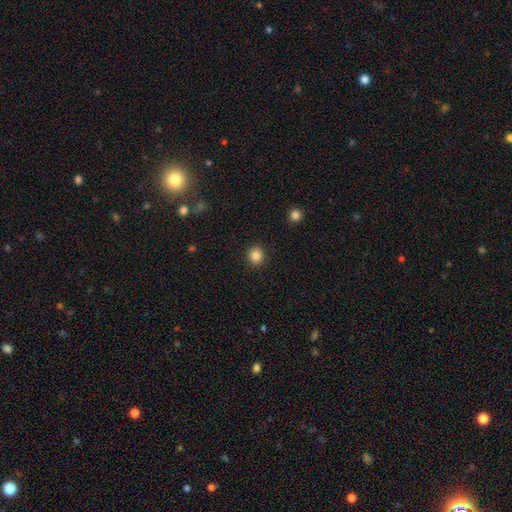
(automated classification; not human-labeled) Q: Smooth or featured?
A: smooth (85%); runner-up: star or artifact (10%)
Q: How rounded?
A: round (86%); runner-up: in between (13%)
Q: Merging?
A: none (91%); runner-up: minor disturbance (6%)